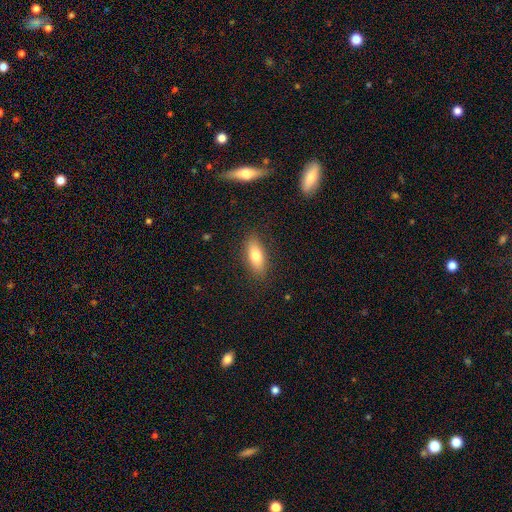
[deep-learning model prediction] Overall: smooth (78%). How rounded: in between (79%). Merging: none (86%).